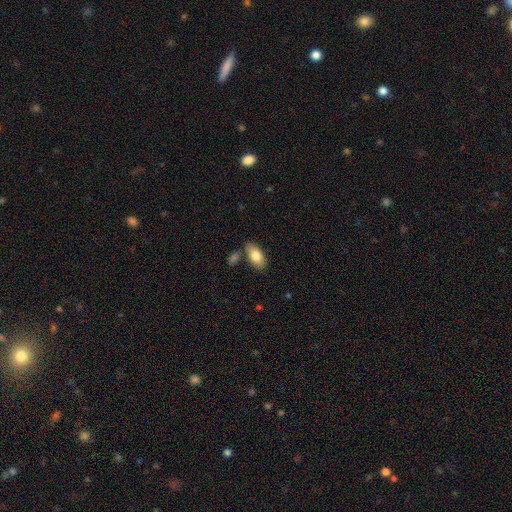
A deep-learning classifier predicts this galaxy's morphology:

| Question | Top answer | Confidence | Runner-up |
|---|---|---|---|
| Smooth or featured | smooth | 80% | featured or disk (13%) |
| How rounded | in between | 93% | cigar-shaped (4%) |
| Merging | none | 74% | minor disturbance (14%) |